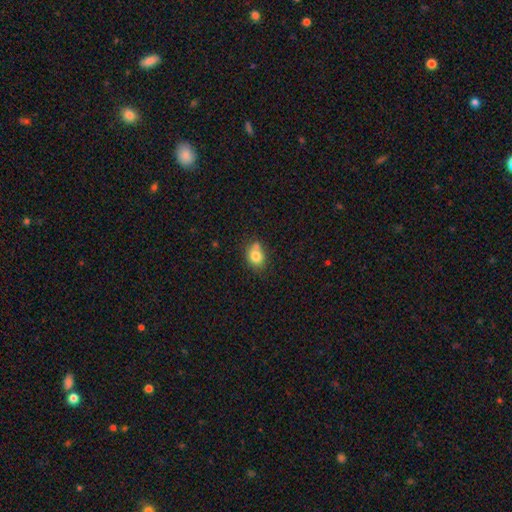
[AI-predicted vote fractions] smooth-or-featured: smooth: 80% | featured or disk: 10% | star or artifact: 10%
  how-rounded: in between: 50% | round: 49% | cigar-shaped: 1%
  merging: none: 57% | merger: 22% | minor disturbance: 18% | major disturbance: 4%